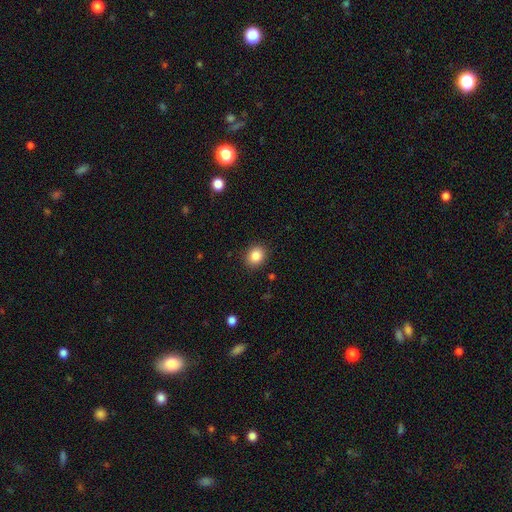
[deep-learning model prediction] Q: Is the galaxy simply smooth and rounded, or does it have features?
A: smooth — 87%.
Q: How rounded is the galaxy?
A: round — 66%.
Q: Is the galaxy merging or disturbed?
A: none — 89%.